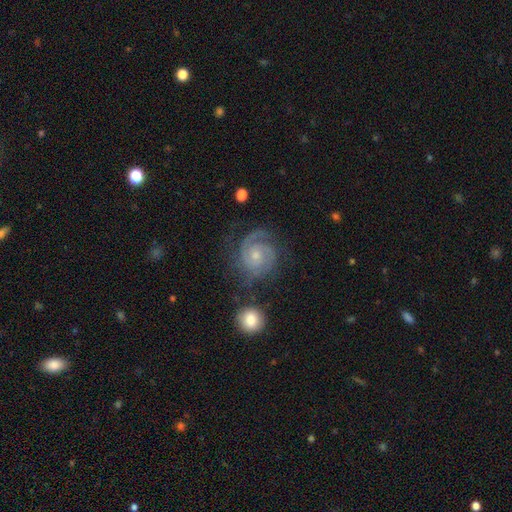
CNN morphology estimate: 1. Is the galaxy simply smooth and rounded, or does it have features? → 88% featured or disk, 7% smooth, 5% star or artifact.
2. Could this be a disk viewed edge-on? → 98% no, 2% yes.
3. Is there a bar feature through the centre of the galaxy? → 70% no, 26% weak, 4% strong.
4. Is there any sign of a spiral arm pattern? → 98% yes, 2% no.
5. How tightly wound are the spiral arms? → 63% tight, 31% medium, 6% loose.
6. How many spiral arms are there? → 54% 2, 19% 3, 11% can't tell, 9% 1, 3% 4, 3% more than 4.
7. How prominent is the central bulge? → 56% small, 38% moderate, 3% none, 2% large, 1% dominant.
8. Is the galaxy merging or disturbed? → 69% none, 17% minor disturbance, 10% major disturbance, 3% merger.